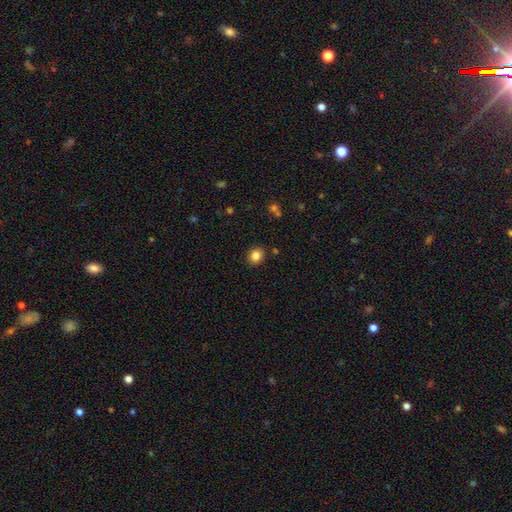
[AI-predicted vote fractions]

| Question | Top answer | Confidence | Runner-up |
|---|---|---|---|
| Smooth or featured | smooth | 84% | star or artifact (10%) |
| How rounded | round | 63% | in between (36%) |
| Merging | none | 88% | minor disturbance (8%) |